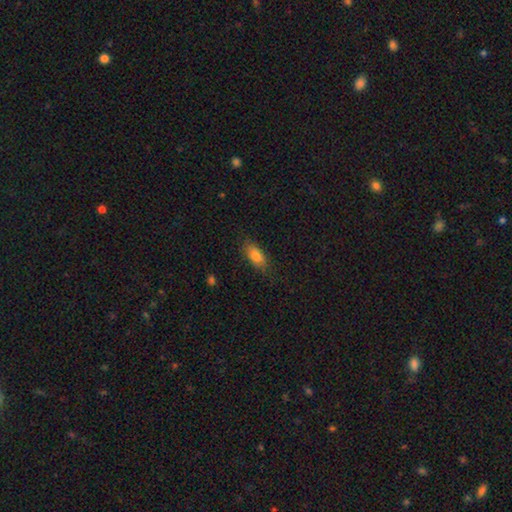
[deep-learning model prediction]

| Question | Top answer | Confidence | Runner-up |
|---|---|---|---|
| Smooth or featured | smooth | 83% | featured or disk (9%) |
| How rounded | in between | 85% | cigar-shaped (11%) |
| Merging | none | 79% | minor disturbance (16%) |